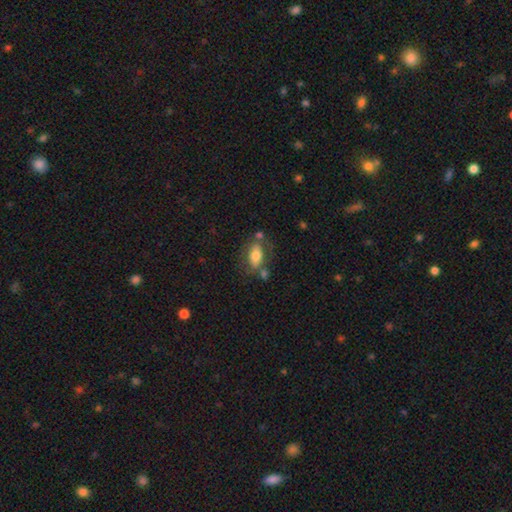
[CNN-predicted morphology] This appears to be a smooth galaxy with no disk features (69%) that is in between round and cigar-shaped (87%). Merging: none (56%).